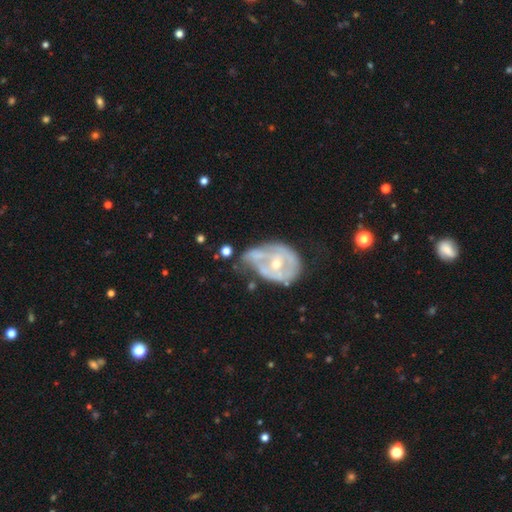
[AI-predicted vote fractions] Smooth or featured? Predicted: featured or disk (p=0.69). Edge-on disk? Predicted: no (p=0.97). Bar? Predicted: no (p=0.72). Spiral arms? Predicted: yes (p=0.52). Bulge size? Predicted: small (p=0.51). Merging? Predicted: minor disturbance (p=0.30).